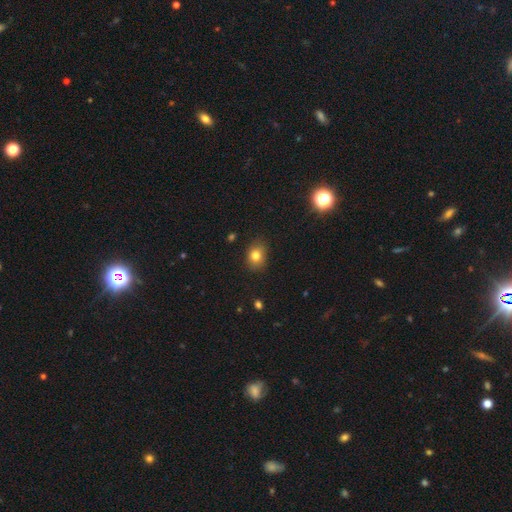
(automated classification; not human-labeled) This is likely a smooth galaxy (79%). How rounded: possibly in between (50%). Merging: clearly none (81%).